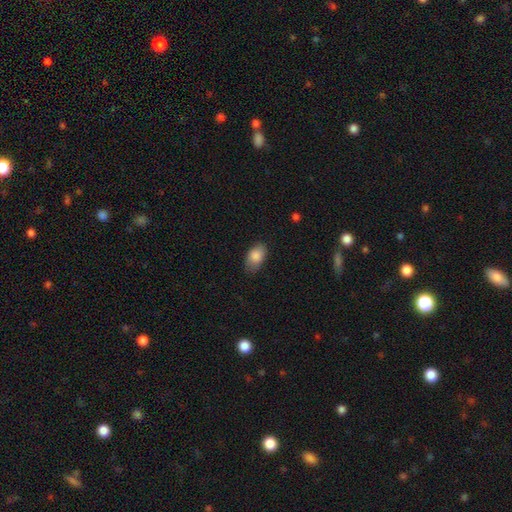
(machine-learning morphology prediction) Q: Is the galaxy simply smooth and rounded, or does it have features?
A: smooth — 86%.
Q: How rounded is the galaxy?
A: in between — 90%.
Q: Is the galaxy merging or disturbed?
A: none — 76%.